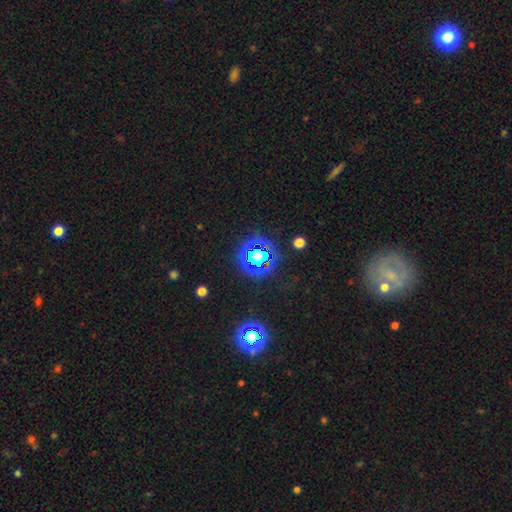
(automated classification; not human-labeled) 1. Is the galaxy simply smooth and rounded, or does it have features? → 67% star or artifact, 22% smooth, 11% featured or disk.